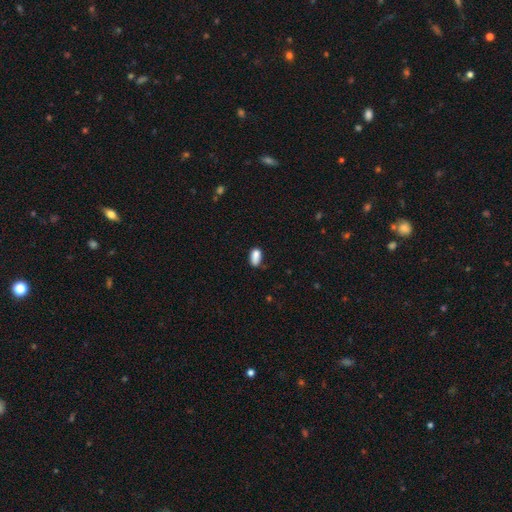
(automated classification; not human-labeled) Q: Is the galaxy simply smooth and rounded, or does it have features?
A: smooth — 85%.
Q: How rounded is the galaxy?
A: in between — 90%.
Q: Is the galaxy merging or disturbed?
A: none — 60%.